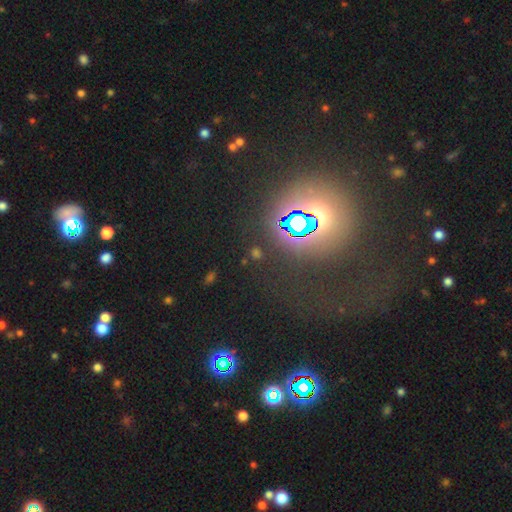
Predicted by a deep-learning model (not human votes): smooth_or_featured: star or artifact (p=0.66) [alt: smooth p=0.21]